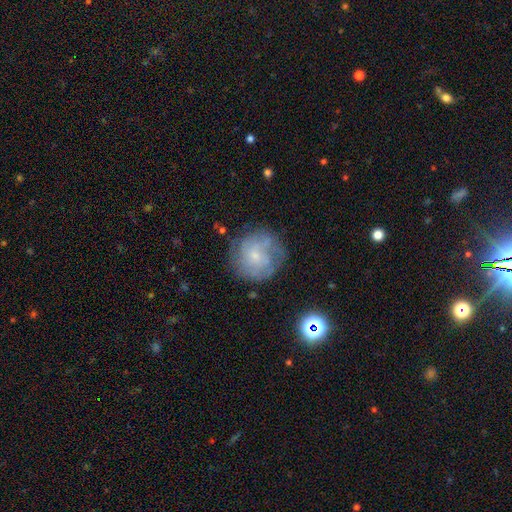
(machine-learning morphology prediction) featured or disk 46%, smooth 44%, star or artifact 10%. Down the decision tree: merging — none (65%).